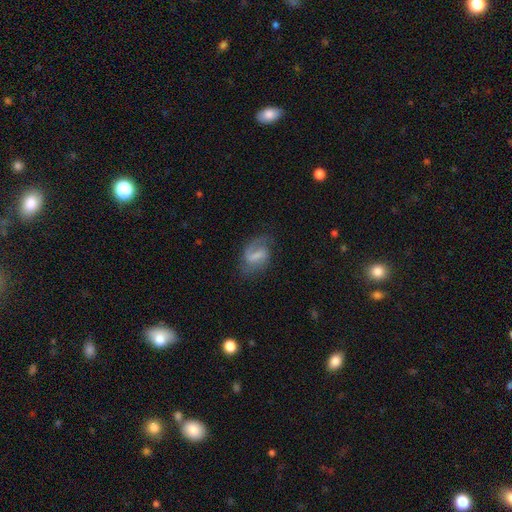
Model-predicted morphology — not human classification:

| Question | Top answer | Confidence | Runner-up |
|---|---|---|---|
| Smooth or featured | featured or disk | 69% | smooth (23%) |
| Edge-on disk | no | 97% | yes (3%) |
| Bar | weak | 50% | strong (35%) |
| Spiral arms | yes | 90% | no (10%) |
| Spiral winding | medium | 46% | loose (35%) |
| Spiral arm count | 2 | 73% | 1 (17%) |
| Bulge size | none | 39% | small (31%) |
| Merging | none | 64% | minor disturbance (21%) |